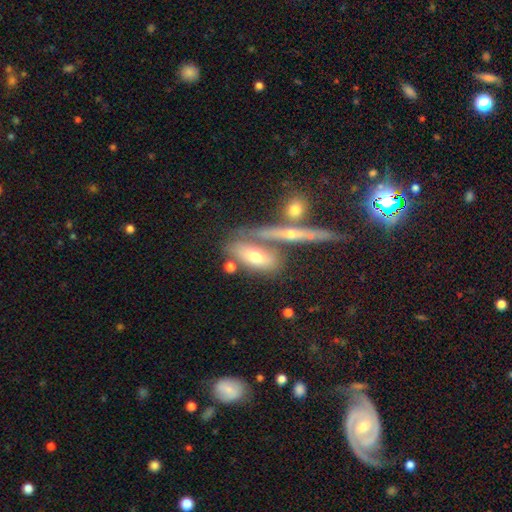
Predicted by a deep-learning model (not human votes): Smooth or featured?
  - smooth: 57% *
  - featured or disk: 34%
  - star or artifact: 9%
How rounded?
  - in between: 67% *
  - cigar-shaped: 26%
  - round: 7%
Merging?
  - none: 49% *
  - merger: 32%
  - minor disturbance: 13%
  - major disturbance: 6%